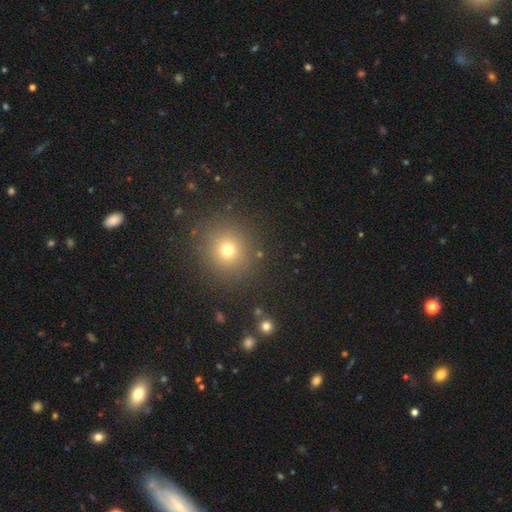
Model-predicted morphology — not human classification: The model was most divided on "smooth or featured": smooth: 61%, star or artifact: 32%, featured or disk: 8%. More confident: merging — none (90%); how rounded — round (90%).